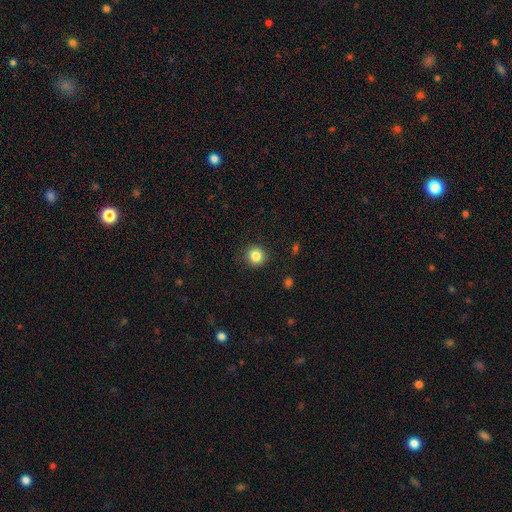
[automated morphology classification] type=smooth (85%); roundness=round (93%); merging=none (90%).